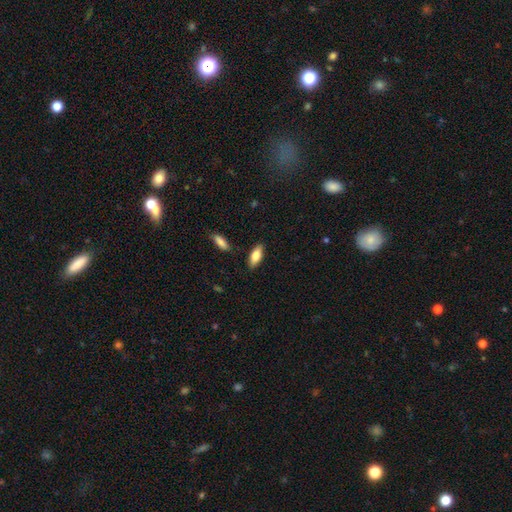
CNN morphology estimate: smooth-or-featured: smooth: 77% | featured or disk: 17% | star or artifact: 6%
  how-rounded: in between: 75% | cigar-shaped: 23% | round: 2%
  merging: none: 85% | minor disturbance: 10% | merger: 2% | major disturbance: 2%